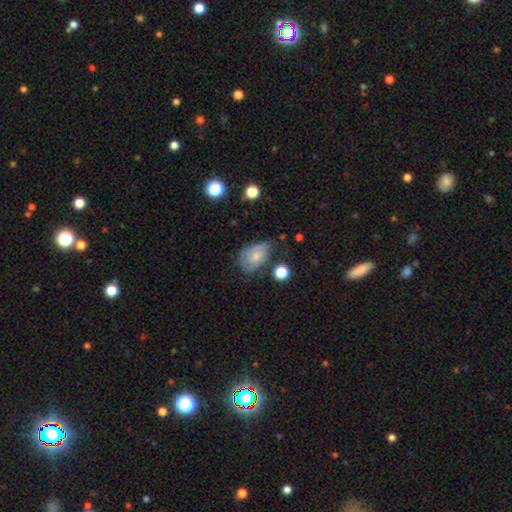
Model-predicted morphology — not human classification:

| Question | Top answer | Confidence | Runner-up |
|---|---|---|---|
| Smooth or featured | smooth | 57% | featured or disk (34%) |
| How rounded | in between | 81% | round (17%) |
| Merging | none | 43% | minor disturbance (36%) |